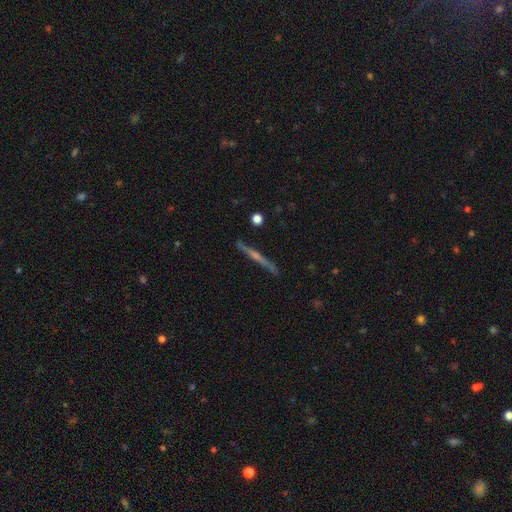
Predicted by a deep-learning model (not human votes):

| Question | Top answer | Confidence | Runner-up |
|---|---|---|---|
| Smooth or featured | featured or disk | 77% | smooth (17%) |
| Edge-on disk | yes | 98% | no (2%) |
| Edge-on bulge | rounded | 69% | none (22%) |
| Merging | none | 89% | minor disturbance (8%) |